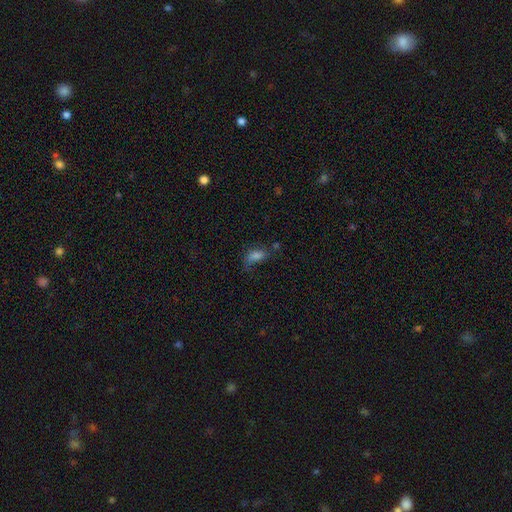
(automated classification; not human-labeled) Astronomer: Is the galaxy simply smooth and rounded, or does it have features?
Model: smooth — 66%.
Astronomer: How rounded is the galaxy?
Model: in between — 85%.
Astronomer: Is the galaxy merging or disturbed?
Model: none — 43% (runner-up: minor disturbance, 26%).